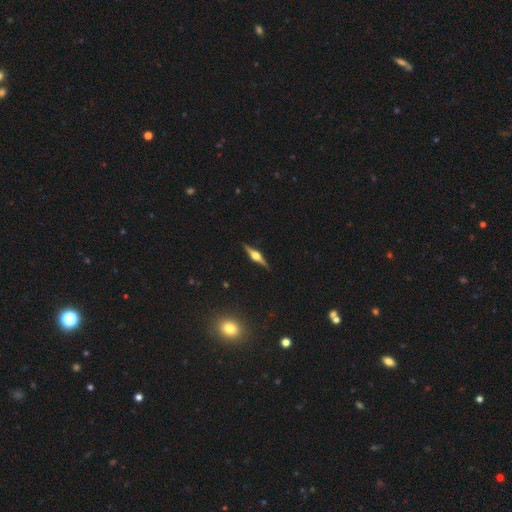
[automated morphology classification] This appears to be a featured or disk galaxy (82%) viewed edge-on (98%) with a rounded central bulge (94%). Merging: none (91%).